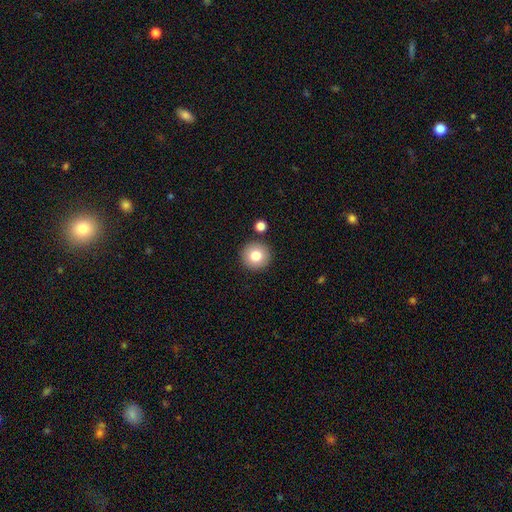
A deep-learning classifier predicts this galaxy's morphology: Smooth or featured? smooth (80%)
How rounded? round (95%)
Merging? none (88%)